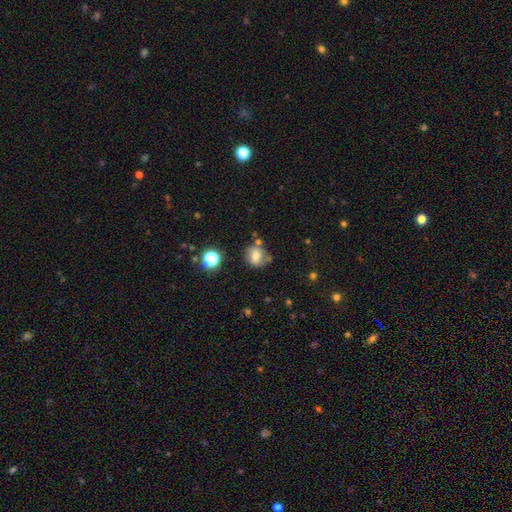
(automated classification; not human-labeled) smooth_or_featured: smooth (p=0.62) [alt: featured or disk p=0.24]
how_rounded: round (p=0.64) [alt: in between p=0.35]
merging: none (p=0.56) [alt: minor disturbance p=0.24]